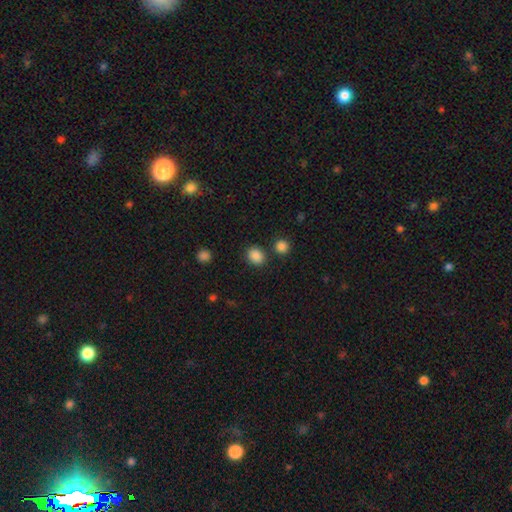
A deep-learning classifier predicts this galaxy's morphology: A smooth galaxy with no disk features (86%) that is round (64%).

Vote fractions:
- Smooth or featured? smooth: 86% / star or artifact: 11% / featured or disk: 4%
- How rounded? round: 64% / in between: 35% / cigar-shaped: 1%
- Merging? none: 81% / minor disturbance: 9% / merger: 7% / major disturbance: 3%